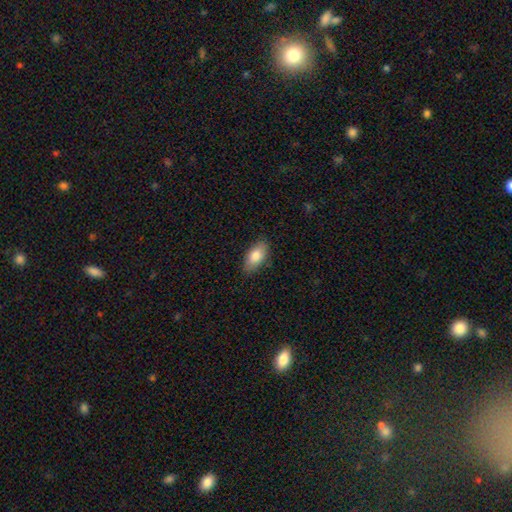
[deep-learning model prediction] This appears to be a smooth galaxy with no disk features (83%) that is in between round and cigar-shaped (93%). Merging: none (83%).